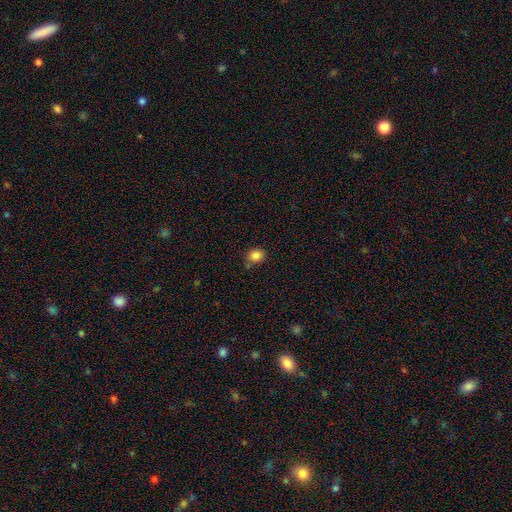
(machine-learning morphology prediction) Smooth or featured? Predicted: smooth (p=0.85). How rounded? Predicted: round (p=0.70). Merging? Predicted: none (p=0.78).